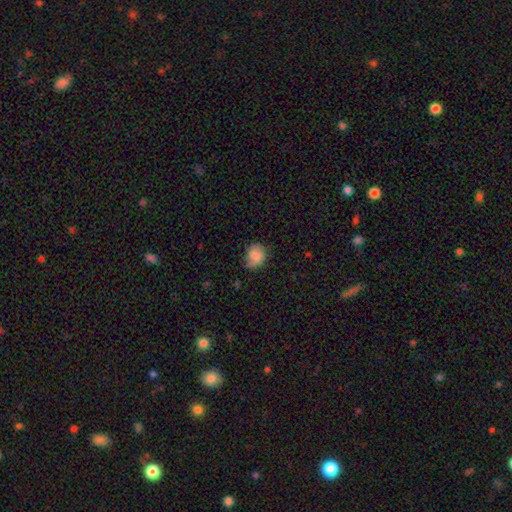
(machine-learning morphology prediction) Smooth or featured? smooth (75%)
How rounded? round (50%)
Merging? none (65%)